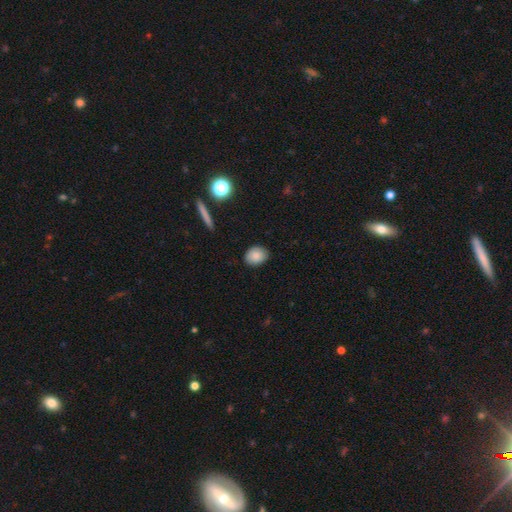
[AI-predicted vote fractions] A smooth galaxy with no disk features (86%) that is in between round and cigar-shaped (56%). Merging: none (86%).